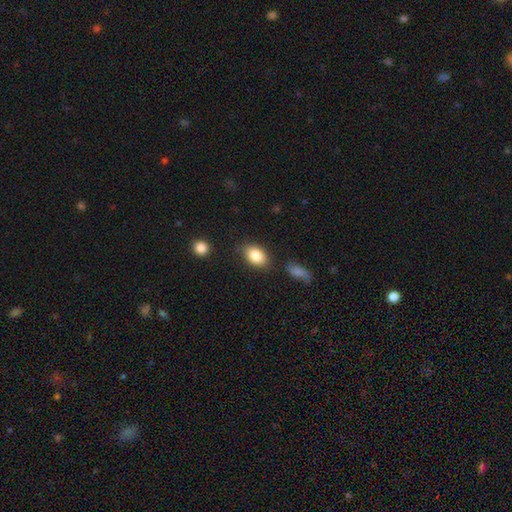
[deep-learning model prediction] This is clearly a smooth galaxy (84%). How rounded: clearly in between (83%). Merging: likely none (79%).